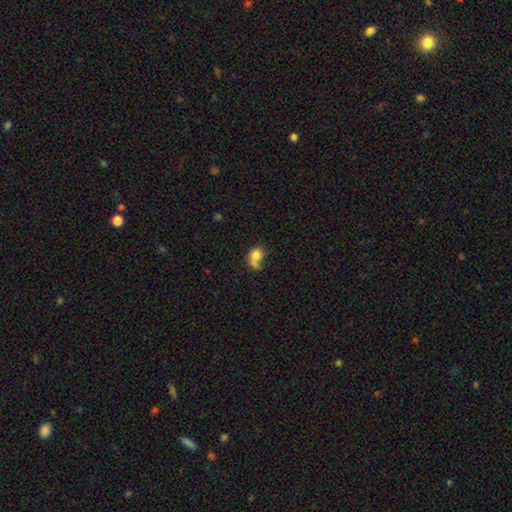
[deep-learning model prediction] Overall: smooth (75%). How rounded: round (57%; in between 41%). Merging: merger (43%; none 27%).